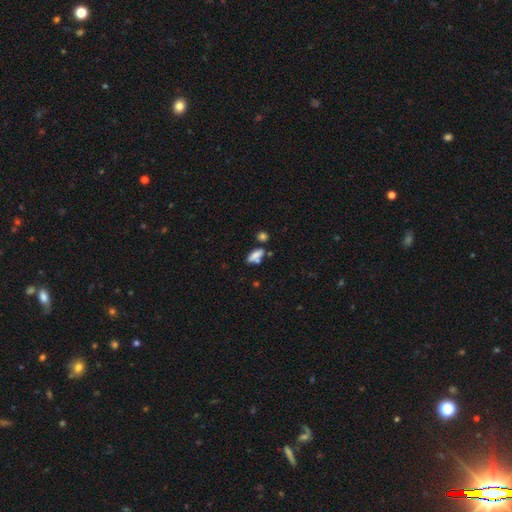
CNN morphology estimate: smooth 75%, featured or disk 15%, star or artifact 10%. Down the decision tree: how rounded — in between (66%); merging — none (54%).